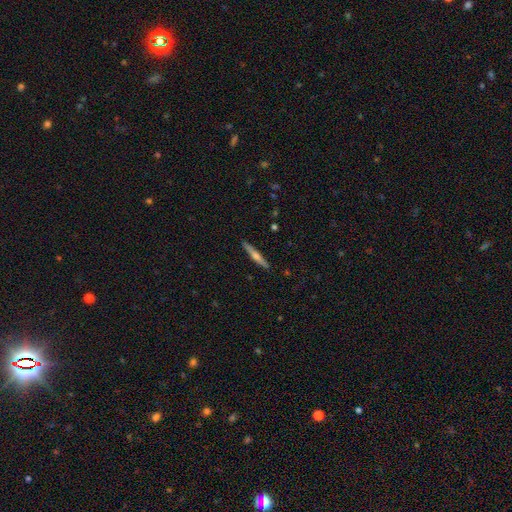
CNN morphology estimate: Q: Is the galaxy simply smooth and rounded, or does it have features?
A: featured or disk — 61%.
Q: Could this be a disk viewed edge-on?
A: yes — 98%.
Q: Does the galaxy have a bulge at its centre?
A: rounded — 85%.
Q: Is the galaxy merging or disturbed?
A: none — 91%.